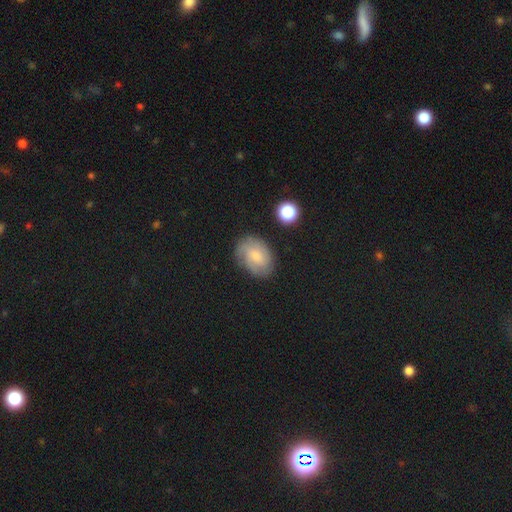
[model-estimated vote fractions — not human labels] Smooth or featured: smooth — 48% (featured or disk — 44%)
Merging: none — 74% (minor disturbance — 18%)